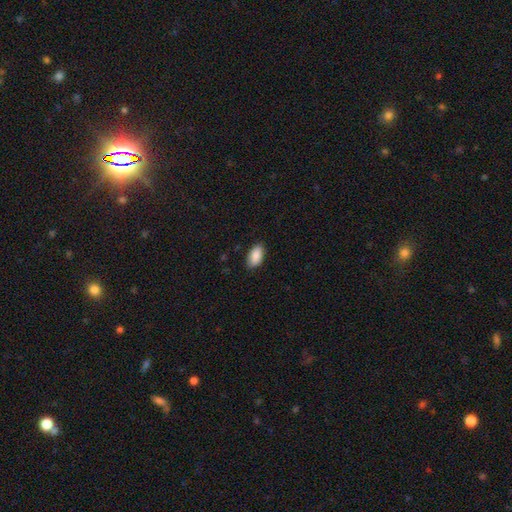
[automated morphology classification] Smooth or featured: smooth — 89% (star or artifact — 6%)
How rounded: in between — 94% (round — 3%)
Merging: none — 85% (minor disturbance — 11%)